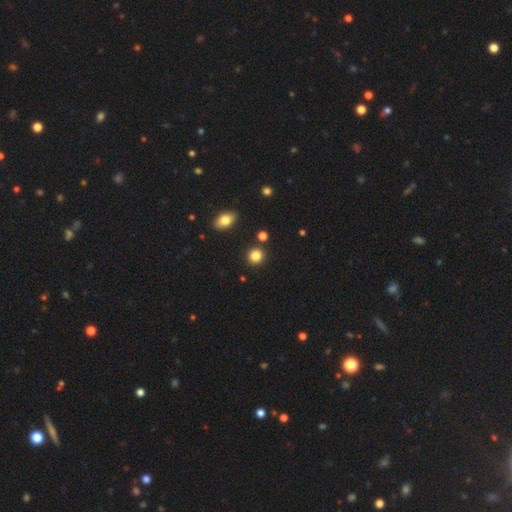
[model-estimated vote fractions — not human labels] Smooth or featured? Predicted: smooth (p=0.85). How rounded? Predicted: round (p=0.86). Merging? Predicted: none (p=0.87).